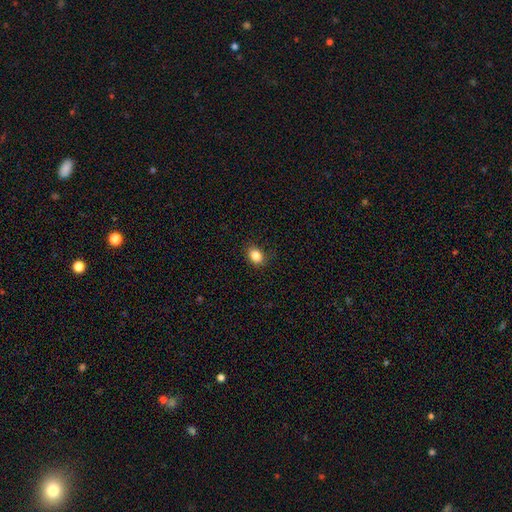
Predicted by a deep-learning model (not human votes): This appears to be a smooth galaxy with no disk features (85%) that is in between round and cigar-shaped (62%). Merging: none (85%).